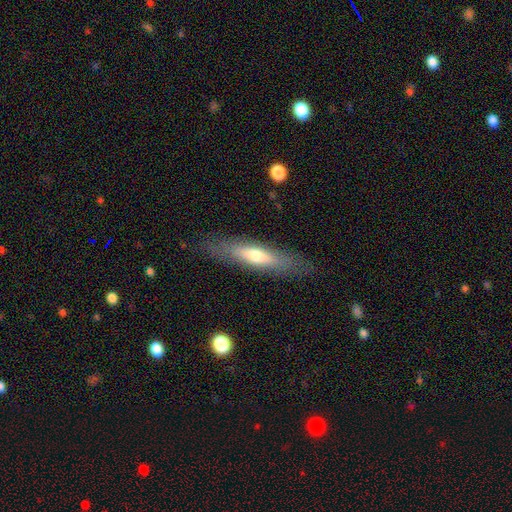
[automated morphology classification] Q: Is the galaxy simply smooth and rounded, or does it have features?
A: smooth — 53%.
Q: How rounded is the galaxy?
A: cigar-shaped — 76%.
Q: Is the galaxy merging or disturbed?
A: none — 84%.